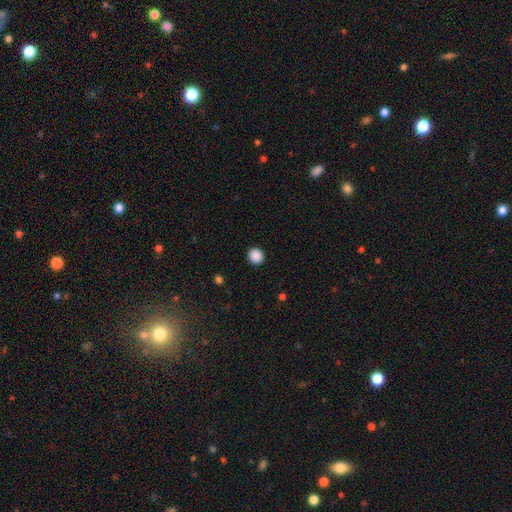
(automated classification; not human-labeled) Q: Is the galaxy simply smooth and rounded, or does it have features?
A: smooth — 89%.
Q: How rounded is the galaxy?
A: round — 90%.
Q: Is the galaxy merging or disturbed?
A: none — 93%.